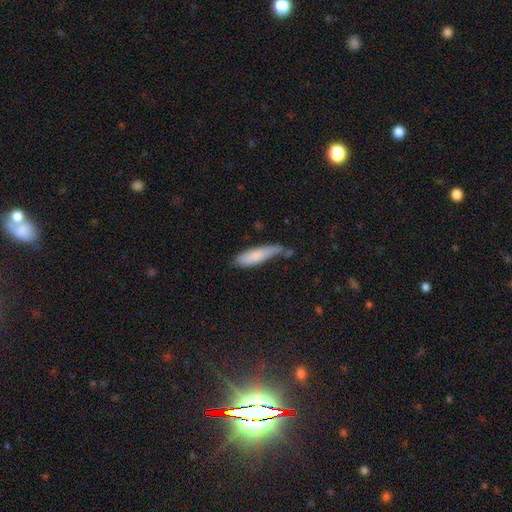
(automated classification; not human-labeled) Smooth or featured: smooth — 81% (featured or disk — 13%)
How rounded: cigar-shaped — 64% (in between — 35%)
Merging: none — 41% (minor disturbance — 36%)